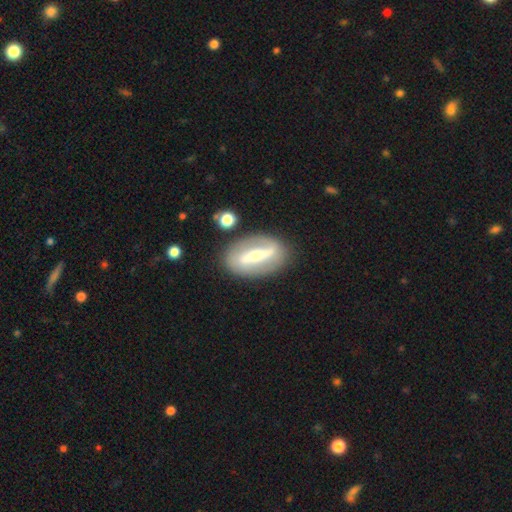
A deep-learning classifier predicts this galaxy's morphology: featured or disk 70%, smooth 24%, star or artifact 6%. Down the decision tree: edge-on disk — no (85%); bar — strong (71%); spiral arms — yes (53%); bulge size — moderate (48%); merging — none (80%).